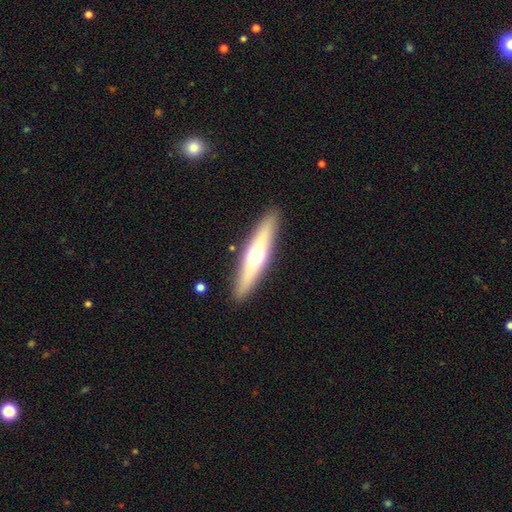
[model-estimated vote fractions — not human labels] Smooth or featured?
  - featured or disk: 49% *
  - smooth: 45%
  - star or artifact: 6%
Merging?
  - none: 89% *
  - minor disturbance: 7%
  - major disturbance: 2%
  - merger: 1%